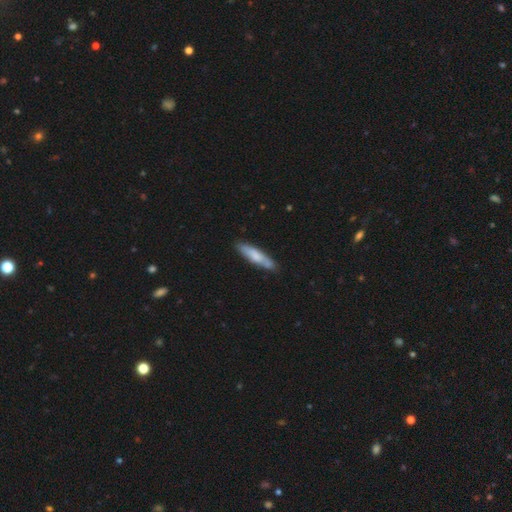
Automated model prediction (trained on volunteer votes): Smooth or featured?
  - smooth: 66% *
  - featured or disk: 28%
  - star or artifact: 5%
How rounded?
  - cigar-shaped: 79% *
  - in between: 19%
  - round: 1%
Merging?
  - none: 79% *
  - minor disturbance: 16%
  - major disturbance: 3%
  - merger: 2%